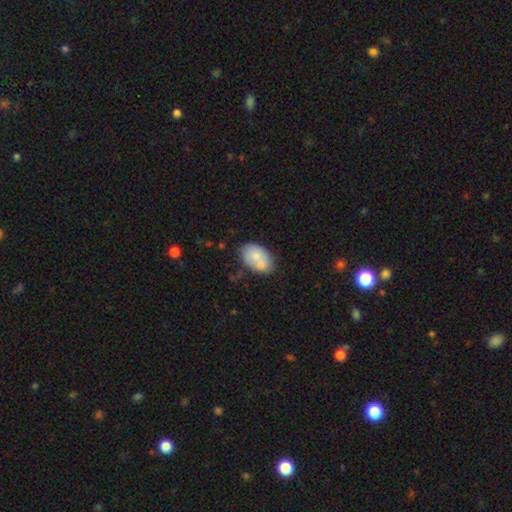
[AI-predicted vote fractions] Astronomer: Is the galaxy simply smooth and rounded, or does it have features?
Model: smooth — 74%.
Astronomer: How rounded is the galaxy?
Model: in between — 87%.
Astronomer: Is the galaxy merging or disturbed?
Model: none — 51%.